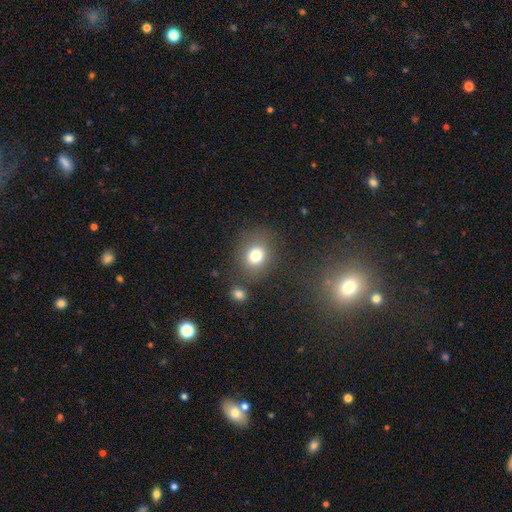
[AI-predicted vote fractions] Smooth or featured: smooth — 78% (star or artifact — 12%)
How rounded: round — 70% (in between — 29%)
Merging: none — 76% (minor disturbance — 12%)